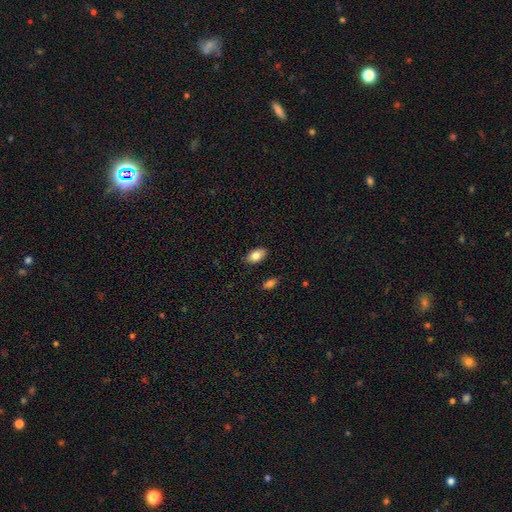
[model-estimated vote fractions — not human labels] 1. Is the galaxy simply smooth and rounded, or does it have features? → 83% smooth, 10% featured or disk, 7% star or artifact.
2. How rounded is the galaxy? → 93% in between, 5% round, 2% cigar-shaped.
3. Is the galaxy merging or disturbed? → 87% none, 10% minor disturbance, 2% major disturbance, 1% merger.